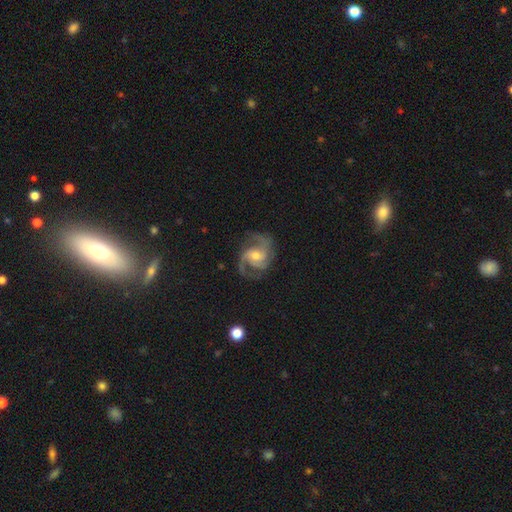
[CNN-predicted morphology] Overall: featured or disk (90%). Edge-on disk: no (98%). Bar: no (46%; weak 42%). Spiral arms: yes (98%). Spiral arm count: 2 (48%; 3 36%). Spiral winding: medium (59%; tight 24%). Bulge size: moderate (58%; small 35%). Merging: none (73%).